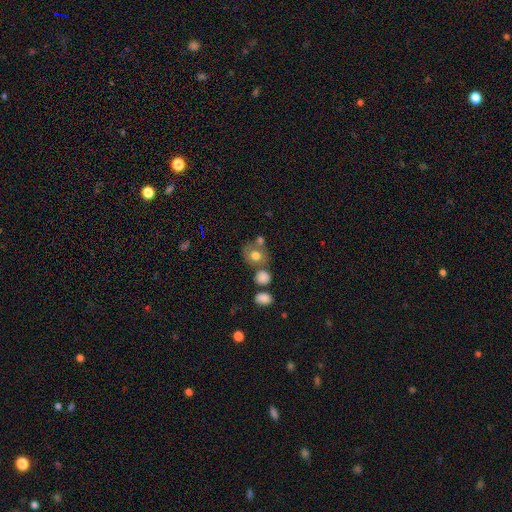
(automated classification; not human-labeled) Q: Smooth or featured?
A: smooth (71%); runner-up: featured or disk (19%)
Q: How rounded?
A: round (69%); runner-up: in between (30%)
Q: Merging?
A: none (52%); runner-up: merger (26%)